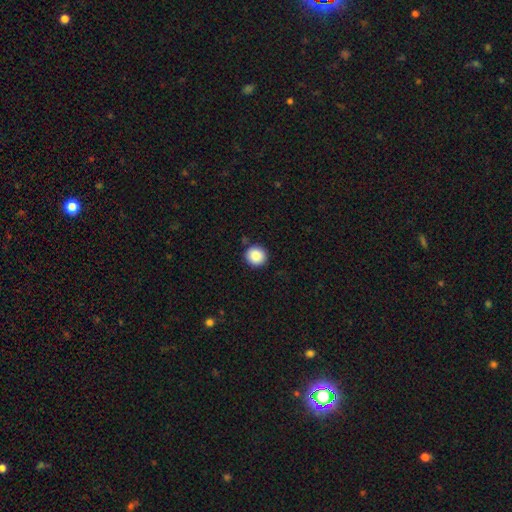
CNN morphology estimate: This appears to be a smooth galaxy with no disk features (88%) that is round (93%). Merging: none (89%).